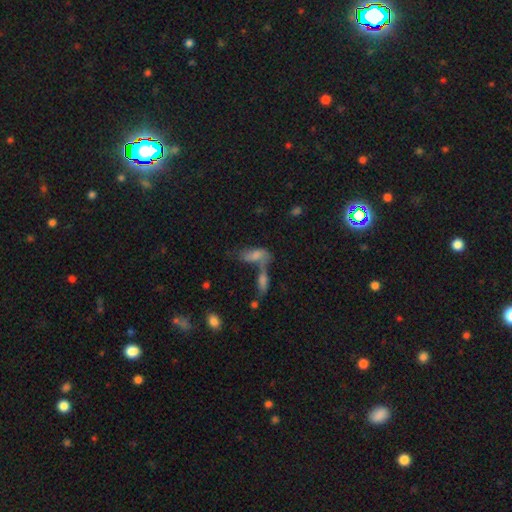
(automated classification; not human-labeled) A smooth galaxy with no disk features (69%) that is in between round and cigar-shaped (78%). Merging: merger (58%).